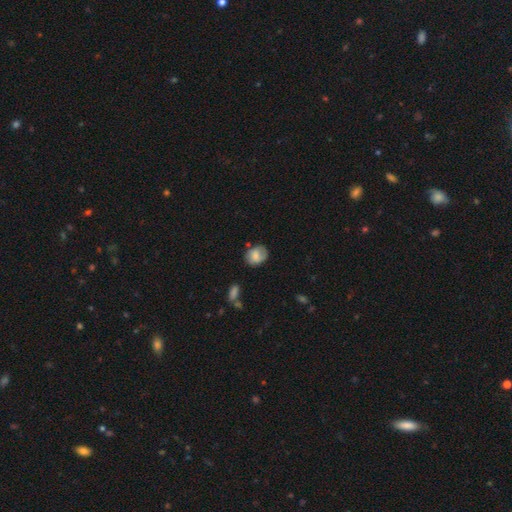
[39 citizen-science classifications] This appears to be a smooth galaxy with no disk features (67%) that is in between round and cigar-shaped (65%). Merging: none (54%).